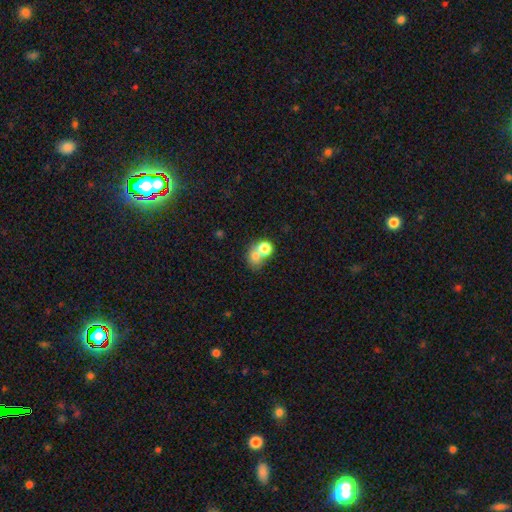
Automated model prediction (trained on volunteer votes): Smooth or featured: smooth — 72% (star or artifact — 14%)
How rounded: round — 64% (in between — 35%)
Merging: merger — 52% (none — 35%)